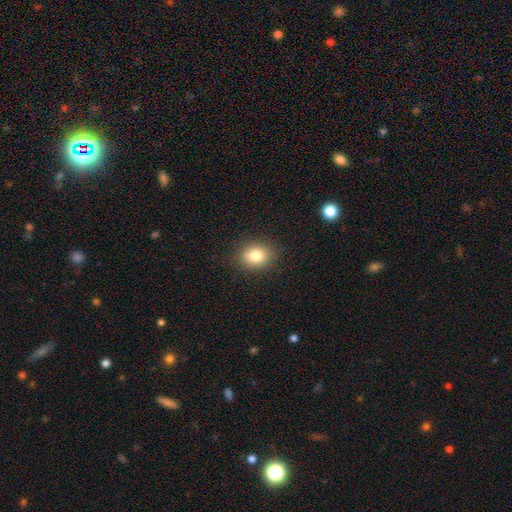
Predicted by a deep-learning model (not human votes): Q: Smooth or featured?
A: smooth (81%); runner-up: star or artifact (11%)
Q: How rounded?
A: in between (50%); runner-up: round (49%)
Q: Merging?
A: none (88%); runner-up: minor disturbance (9%)